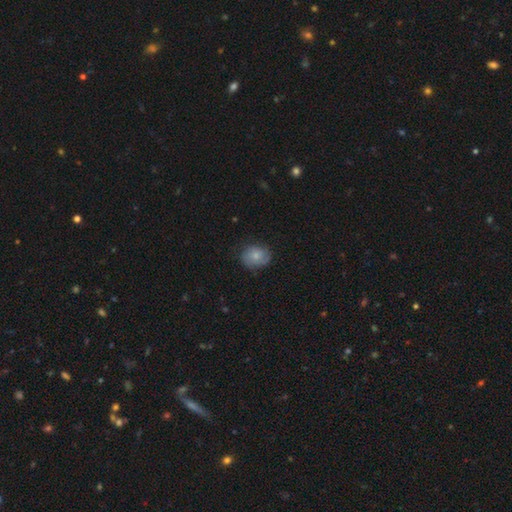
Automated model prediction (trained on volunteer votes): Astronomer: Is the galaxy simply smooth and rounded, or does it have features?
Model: smooth — 70%.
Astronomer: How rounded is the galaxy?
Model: round — 51% (runner-up: in between, 48%).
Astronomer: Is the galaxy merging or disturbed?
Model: none — 68%.